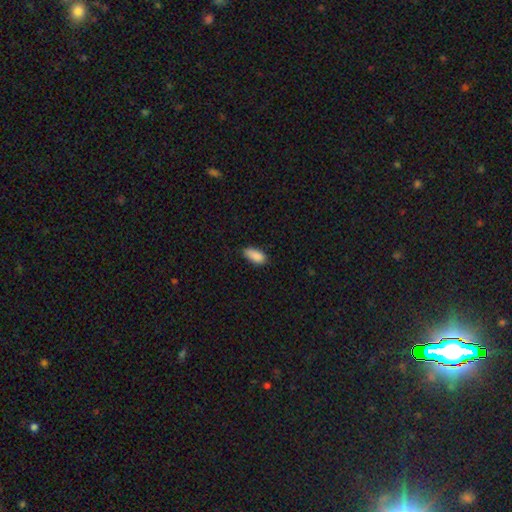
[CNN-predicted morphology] A smooth galaxy with no disk features (89%) that is in between round and cigar-shaped (89%).

Vote fractions:
- Smooth or featured? smooth: 89% / star or artifact: 7% / featured or disk: 4%
- How rounded? in between: 89% / cigar-shaped: 9% / round: 2%
- Merging? none: 74% / minor disturbance: 21% / major disturbance: 3% / merger: 1%